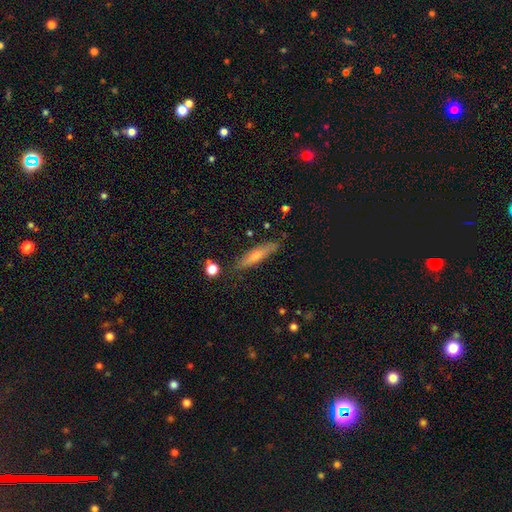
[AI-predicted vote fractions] This is possibly a smooth galaxy (52%). How rounded: clearly cigar-shaped (84%). Merging: clearly none (83%).